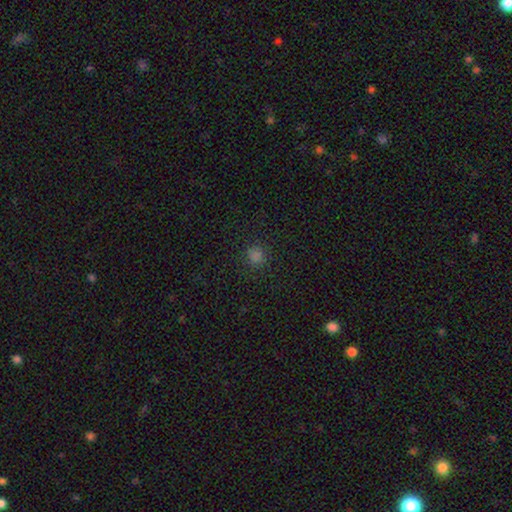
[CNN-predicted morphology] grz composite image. It shows a smooth galaxy with no disk features (76%) that is round (90%). Merging: none (88%).